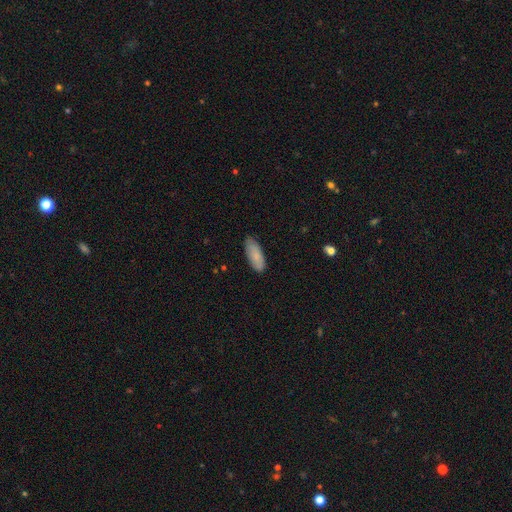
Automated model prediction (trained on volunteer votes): Smooth or featured?
  - smooth: 84% *
  - featured or disk: 10%
  - star or artifact: 6%
How rounded?
  - in between: 75% *
  - cigar-shaped: 23%
  - round: 2%
Merging?
  - none: 82% *
  - minor disturbance: 15%
  - major disturbance: 2%
  - merger: 1%